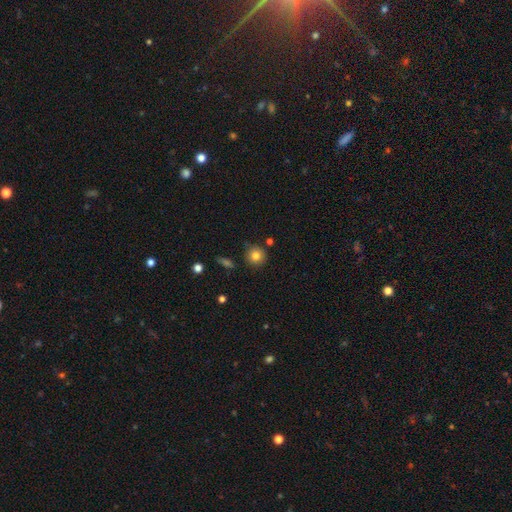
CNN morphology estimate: A smooth galaxy with no disk features (82%) that is round (92%).

Vote fractions:
- Smooth or featured? smooth: 82% / star or artifact: 11% / featured or disk: 8%
- How rounded? round: 92% / in between: 7% / cigar-shaped: 1%
- Merging? none: 83% / minor disturbance: 10% / merger: 4% / major disturbance: 2%